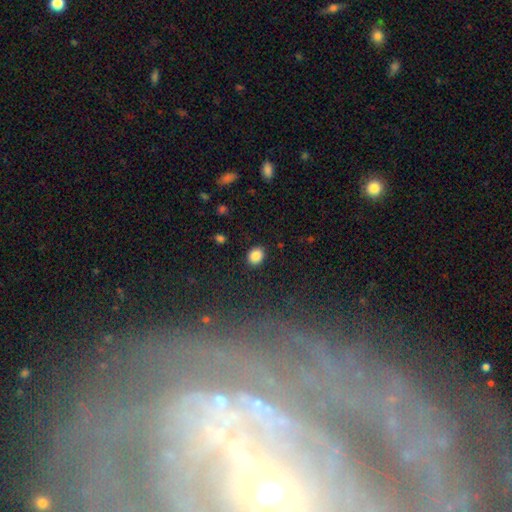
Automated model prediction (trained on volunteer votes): smooth-or-featured: smooth: 86% | star or artifact: 10% | featured or disk: 4%
  how-rounded: round: 57% | in between: 42% | cigar-shaped: 1%
  merging: none: 89% | minor disturbance: 8% | major disturbance: 2% | merger: 1%